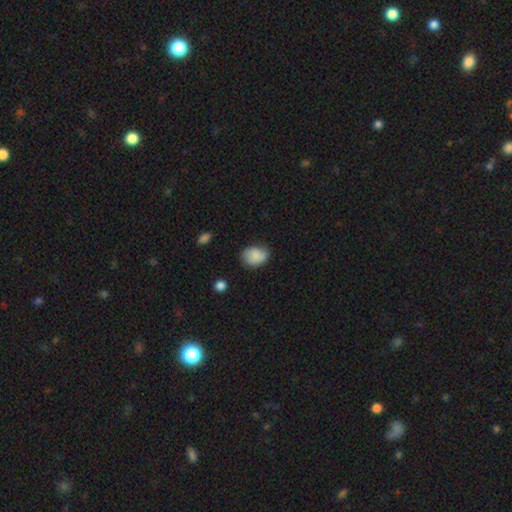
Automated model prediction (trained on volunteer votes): smooth-or-featured: smooth: 81% | featured or disk: 12% | star or artifact: 8%
  how-rounded: in between: 68% | round: 31% | cigar-shaped: 1%
  merging: none: 67% | minor disturbance: 26% | major disturbance: 6% | merger: 2%